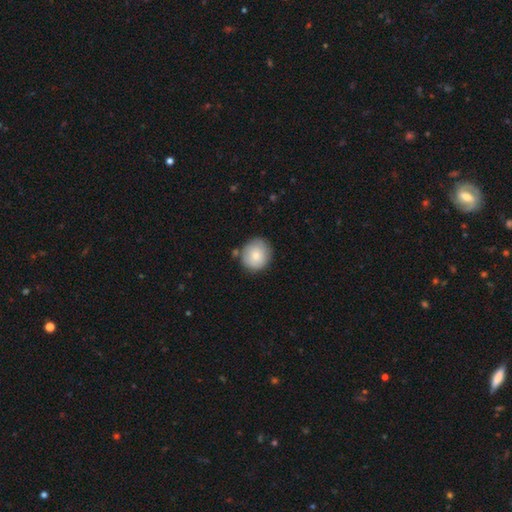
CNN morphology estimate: The model was most divided on "merging": none: 77%, minor disturbance: 15%, merger: 5%, major disturbance: 3%. More confident: how rounded — round (87%); smooth or featured — smooth (79%).